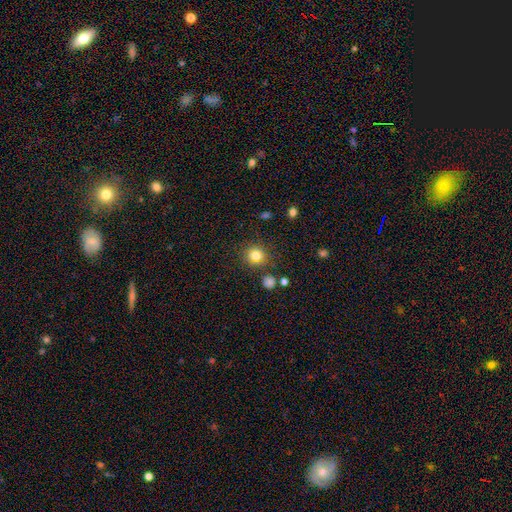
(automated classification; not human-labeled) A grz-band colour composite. It shows a smooth galaxy with no disk features (82%) that is round (89%). Merging: none (85%).